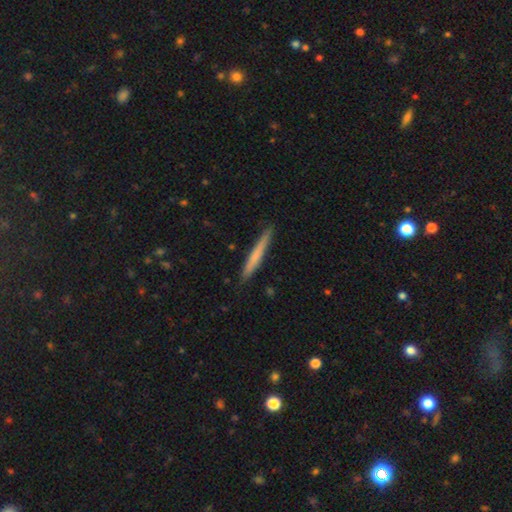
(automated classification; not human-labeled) smooth_or_featured: smooth (p=0.62) [alt: featured or disk p=0.32]
how_rounded: cigar-shaped (p=0.97) [alt: in between p=0.02]
merging: none (p=0.89) [alt: minor disturbance p=0.09]